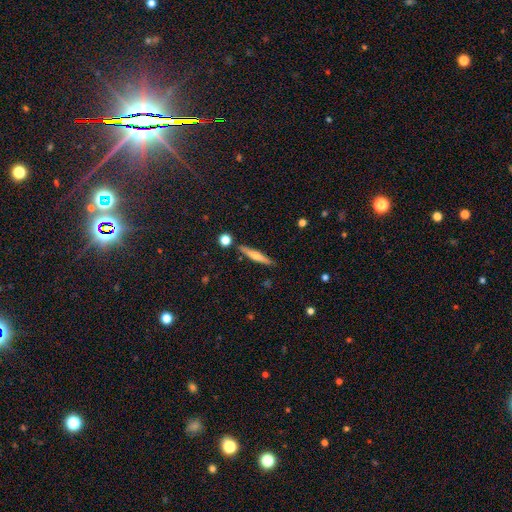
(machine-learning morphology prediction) type=smooth (48%); merging=none (85%).